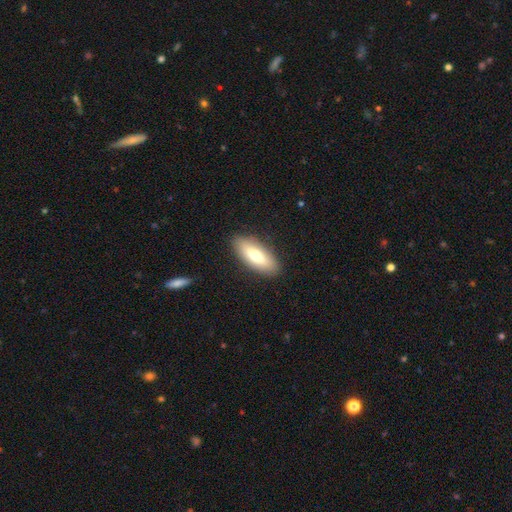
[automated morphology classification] smooth_or_featured: smooth (p=0.70) [alt: featured or disk p=0.24]
how_rounded: in between (p=0.74) [alt: cigar-shaped p=0.24]
merging: none (p=0.88) [alt: minor disturbance p=0.08]